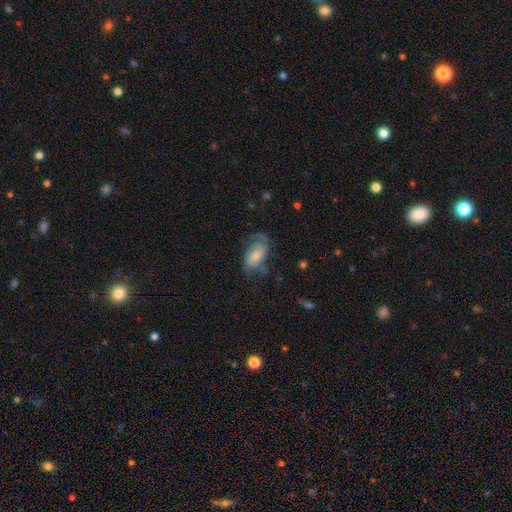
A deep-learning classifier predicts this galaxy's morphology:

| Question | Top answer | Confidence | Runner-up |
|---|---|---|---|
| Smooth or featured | featured or disk | 57% | smooth (35%) |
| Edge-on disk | no | 94% | yes (6%) |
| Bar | no | 51% | weak (36%) |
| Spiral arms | yes | 84% | no (16%) |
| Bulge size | small | 35% | moderate (34%) |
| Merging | none | 47% | major disturbance (27%) |